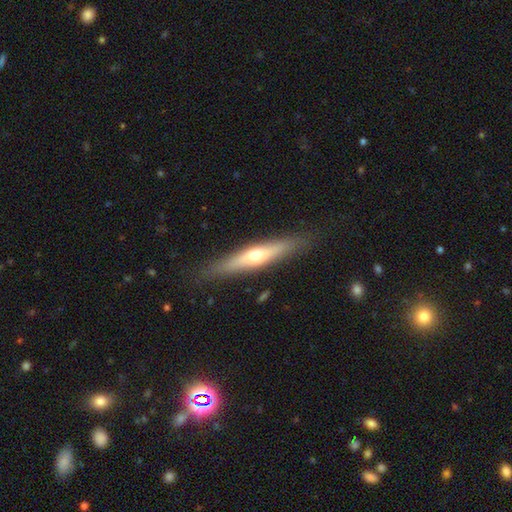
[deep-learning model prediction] Morphology: type=featured or disk (52%); edge-on=yes (90%); merging=none (87%).